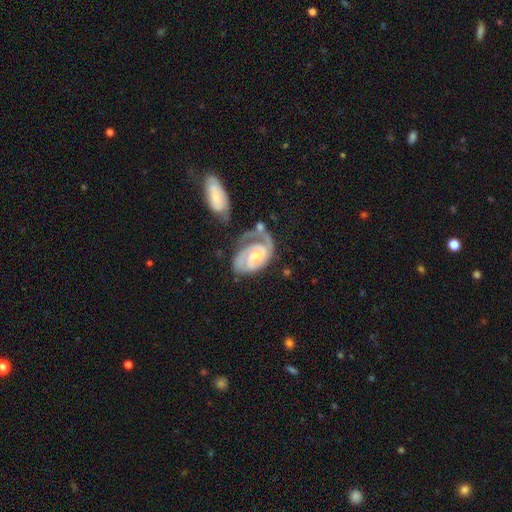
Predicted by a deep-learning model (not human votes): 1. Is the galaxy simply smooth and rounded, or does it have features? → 85% featured or disk, 11% smooth, 4% star or artifact.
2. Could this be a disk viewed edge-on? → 97% no, 3% yes.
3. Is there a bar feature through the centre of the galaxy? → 52% no, 38% weak, 10% strong.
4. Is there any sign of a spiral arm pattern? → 95% yes, 5% no.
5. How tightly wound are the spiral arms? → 60% tight, 31% medium, 9% loose.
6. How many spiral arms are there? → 48% 2, 32% 1, 12% can't tell, 5% 3, 2% 4, 2% more than 4.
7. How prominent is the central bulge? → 64% moderate, 22% small, 10% large, 2% none, 1% dominant.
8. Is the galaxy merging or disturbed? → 36% none, 25% major disturbance, 22% minor disturbance, 18% merger.